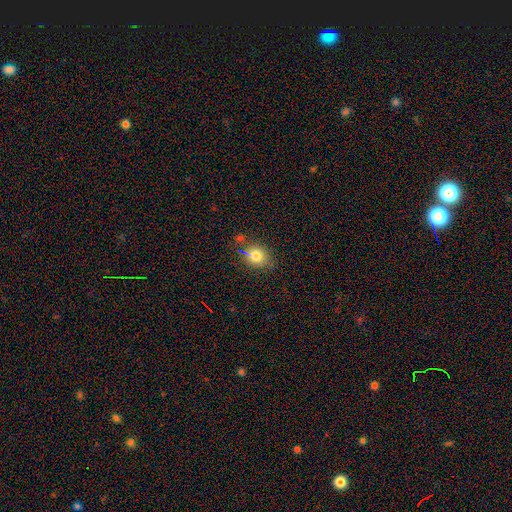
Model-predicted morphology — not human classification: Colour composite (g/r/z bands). It shows a smooth galaxy with no disk features (77%) that is round (63%). Merging: none (74%).